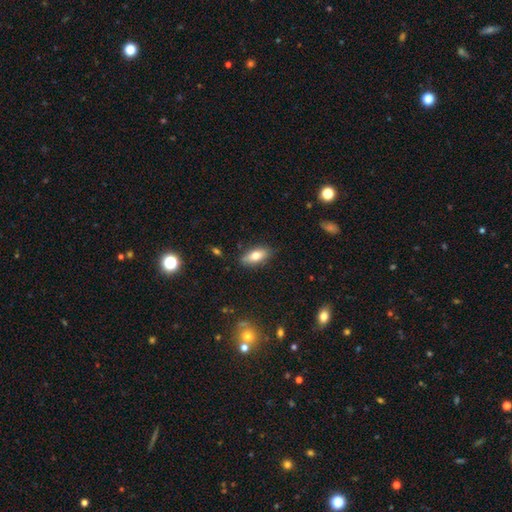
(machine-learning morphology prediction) smooth-or-featured: smooth: 70% | featured or disk: 22% | star or artifact: 8%
  how-rounded: in between: 81% | cigar-shaped: 15% | round: 4%
  merging: none: 84% | minor disturbance: 12% | major disturbance: 2% | merger: 2%